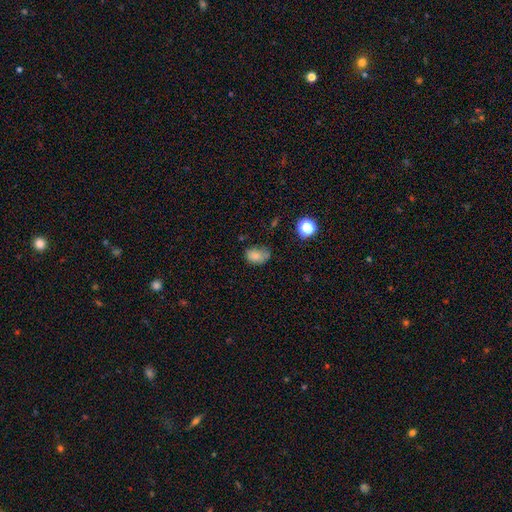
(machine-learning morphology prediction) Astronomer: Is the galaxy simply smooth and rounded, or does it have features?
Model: smooth — 78%.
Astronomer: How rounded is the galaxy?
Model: in between — 74%.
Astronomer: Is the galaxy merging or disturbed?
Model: none — 47% (runner-up: minor disturbance, 35%).